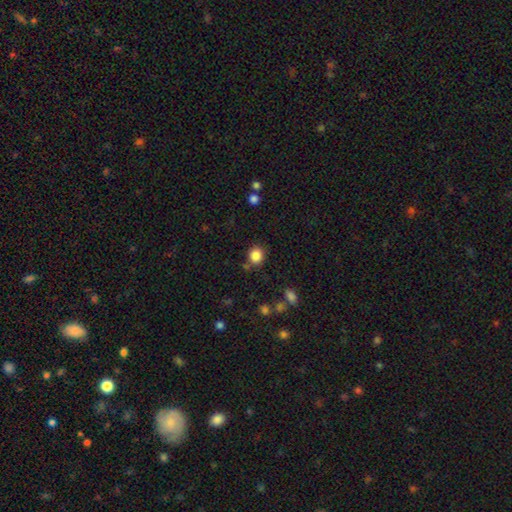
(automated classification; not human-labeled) A smooth galaxy with no disk features (85%) that is round (73%). Merging: none (78%).